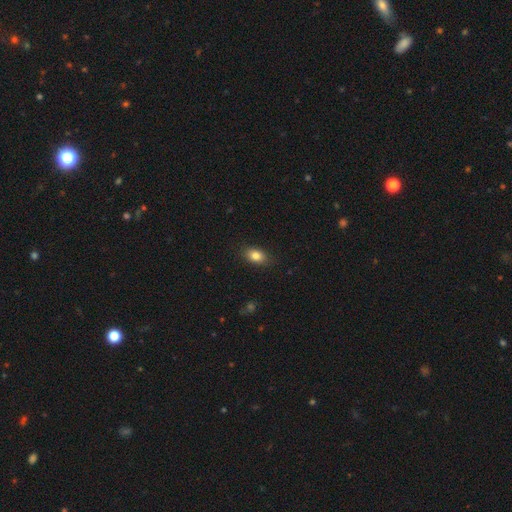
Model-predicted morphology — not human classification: Smooth or featured? Predicted: smooth (p=0.83). How rounded? Predicted: in between (p=0.82). Merging? Predicted: none (p=0.86).